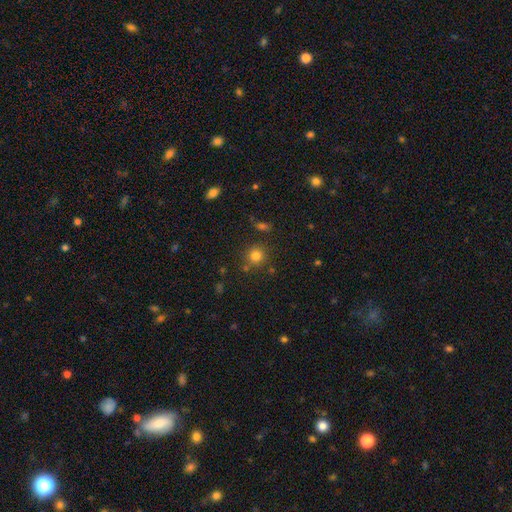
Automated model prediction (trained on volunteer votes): Morphology: type=smooth (79%); roundness=round (90%); merging=none (79%).